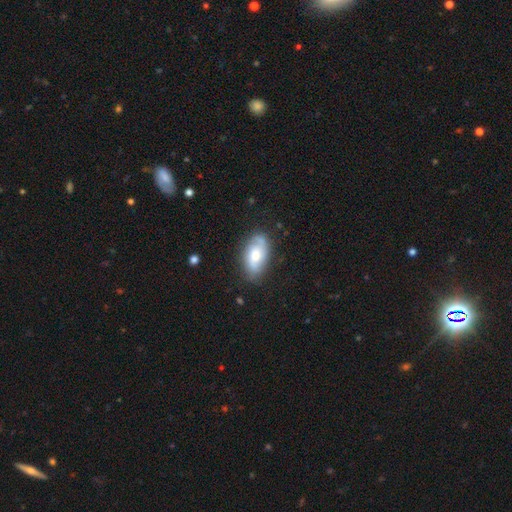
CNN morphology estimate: Q: Smooth or featured?
A: featured or disk (48%); runner-up: smooth (45%)
Q: Merging?
A: none (72%); runner-up: minor disturbance (20%)